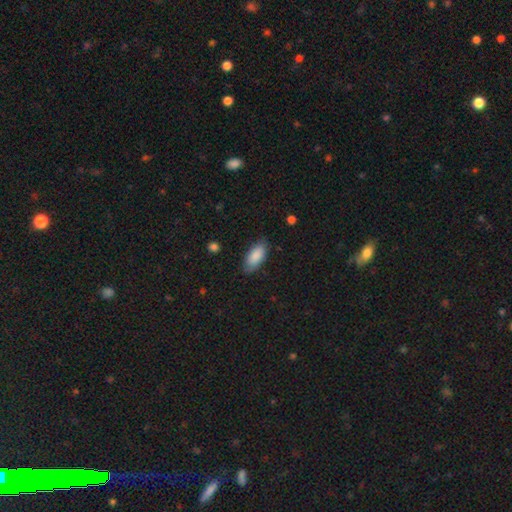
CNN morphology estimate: A smooth galaxy with no disk features (87%) that is in between round and cigar-shaped (89%). Merging: none (81%).